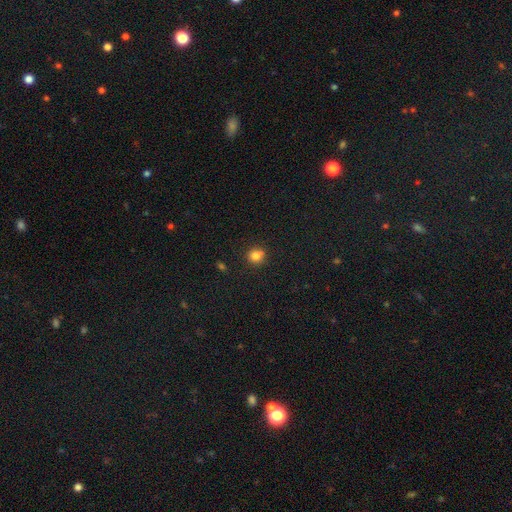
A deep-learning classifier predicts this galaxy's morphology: A smooth galaxy with no disk features (81%) that is round (90%).

Vote fractions:
- Smooth or featured? smooth: 81% / star or artifact: 13% / featured or disk: 6%
- How rounded? round: 90% / in between: 9% / cigar-shaped: 1%
- Merging? none: 82% / minor disturbance: 10% / merger: 6% / major disturbance: 3%